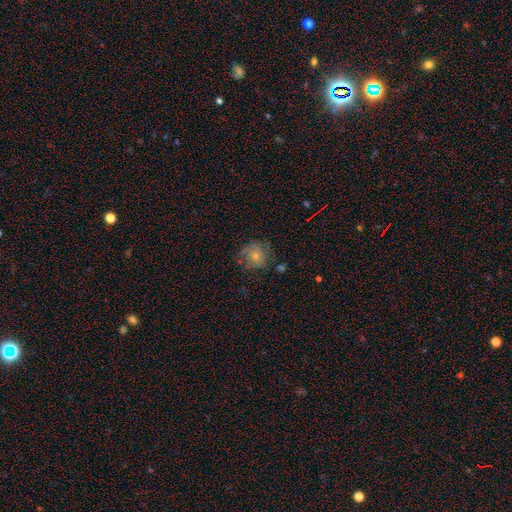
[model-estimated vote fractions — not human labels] Smooth or featured?
  - smooth: 56% *
  - featured or disk: 34%
  - star or artifact: 10%
How rounded?
  - round: 81% *
  - in between: 18%
  - cigar-shaped: 1%
Merging?
  - none: 59% *
  - minor disturbance: 24%
  - major disturbance: 14%
  - merger: 3%